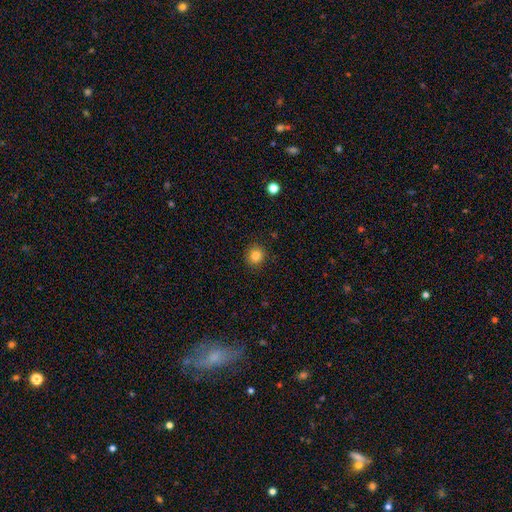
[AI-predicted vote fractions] The model was most divided on "smooth or featured": smooth: 82%, star or artifact: 11%, featured or disk: 6%. More confident: merging — none (90%); how rounded — round (89%).